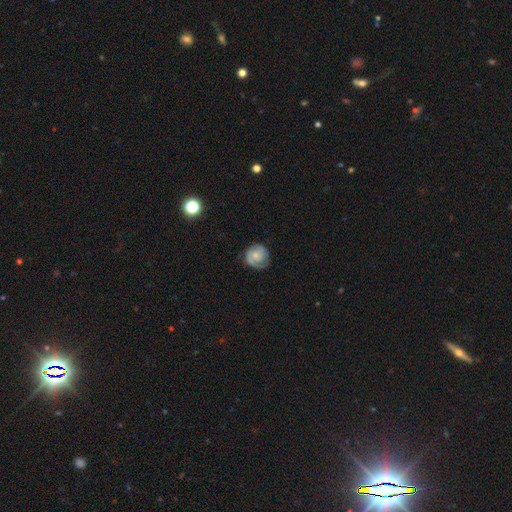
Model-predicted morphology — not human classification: smooth_or_featured: featured or disk (p=0.61) [alt: smooth p=0.32]
disk_edge_on: no (p=0.98) [alt: yes p=0.02]
bar: no (p=0.70) [alt: weak p=0.26]
has_spiral_arms: yes (p=0.91) [alt: no p=0.09]
spiral_winding: tight (p=0.56) [alt: medium p=0.33]
spiral_arm_count: 2 (p=0.54) [alt: can't tell p=0.20]
bulge_size: small (p=0.51) [alt: moderate p=0.31]
merging: none (p=0.70) [alt: minor disturbance p=0.21]